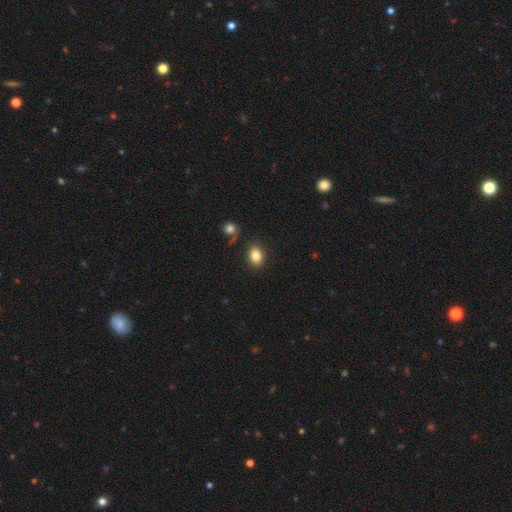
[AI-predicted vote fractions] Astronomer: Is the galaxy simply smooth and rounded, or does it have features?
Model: smooth — 84%.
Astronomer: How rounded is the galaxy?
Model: in between — 76%.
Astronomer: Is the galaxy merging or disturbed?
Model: none — 83%.